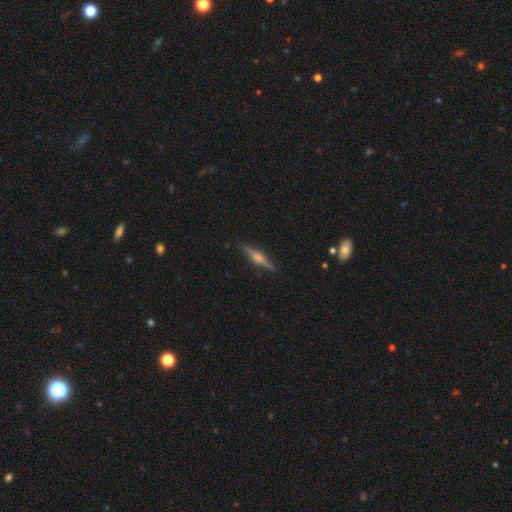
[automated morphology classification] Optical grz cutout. It shows a featured or disk galaxy (78%) viewed edge-on (98%) with a rounded central bulge (86%). Merging: none (89%).